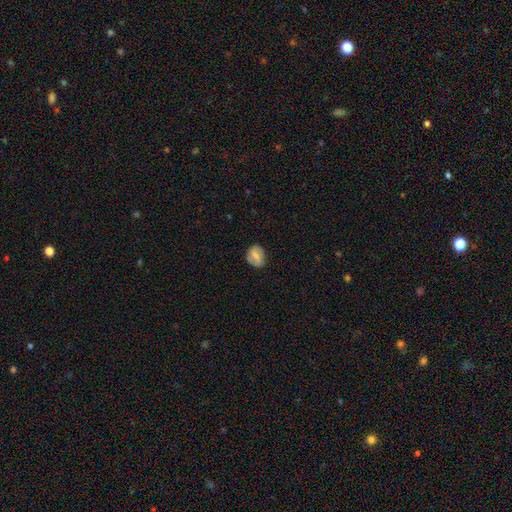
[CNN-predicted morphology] Smooth or featured? smooth (50%)
How rounded? round (51%)
Merging? none (80%)